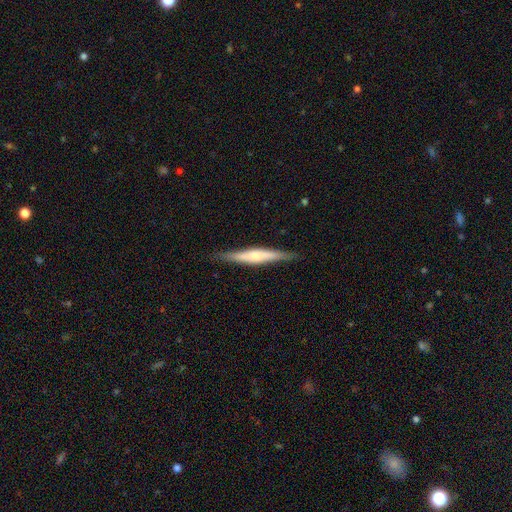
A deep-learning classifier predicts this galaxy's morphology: Smooth or featured? featured or disk (59%)
Edge-on disk? yes (96%)
Edge-on bulge? rounded (69%)
Merging? none (88%)